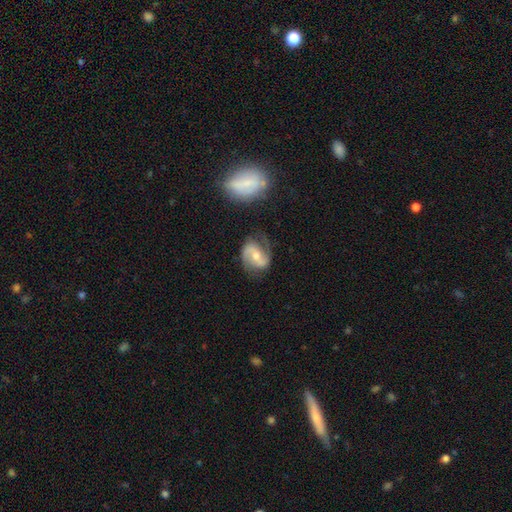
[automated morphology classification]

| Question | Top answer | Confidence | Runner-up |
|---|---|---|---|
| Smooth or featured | featured or disk | 82% | smooth (12%) |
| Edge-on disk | no | 97% | yes (3%) |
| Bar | weak | 43% | no (35%) |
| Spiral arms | yes | 95% | no (5%) |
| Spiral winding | medium | 48% | loose (33%) |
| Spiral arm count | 2 | 90% | can't tell (4%) |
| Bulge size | moderate | 58% | small (36%) |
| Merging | none | 70% | minor disturbance (19%) |